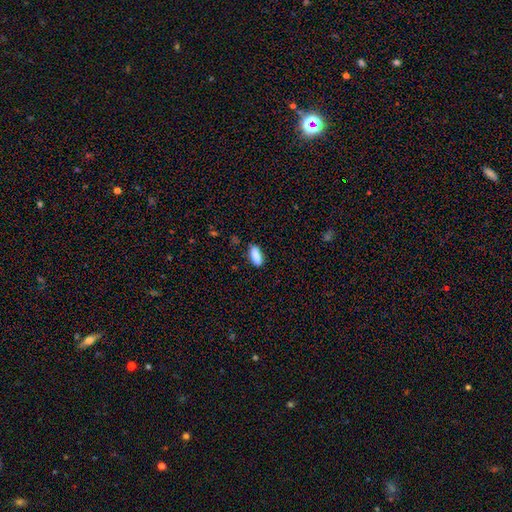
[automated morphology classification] A smooth galaxy with no disk features (88%) that is in between round and cigar-shaped (76%).

Vote fractions:
- Smooth or featured? smooth: 88% / star or artifact: 7% / featured or disk: 5%
- How rounded? in between: 76% / cigar-shaped: 21% / round: 2%
- Merging? none: 81% / minor disturbance: 15% / major disturbance: 3% / merger: 2%